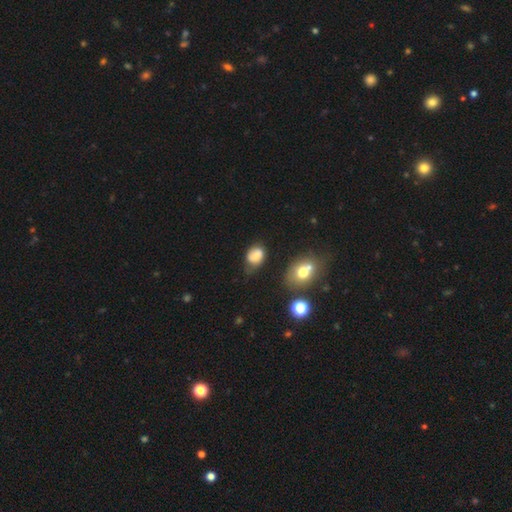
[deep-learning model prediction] smooth-or-featured: smooth: 70% | featured or disk: 19% | star or artifact: 11%
  how-rounded: in between: 63% | round: 35% | cigar-shaped: 1%
  merging: none: 50% | minor disturbance: 32% | major disturbance: 10% | merger: 7%